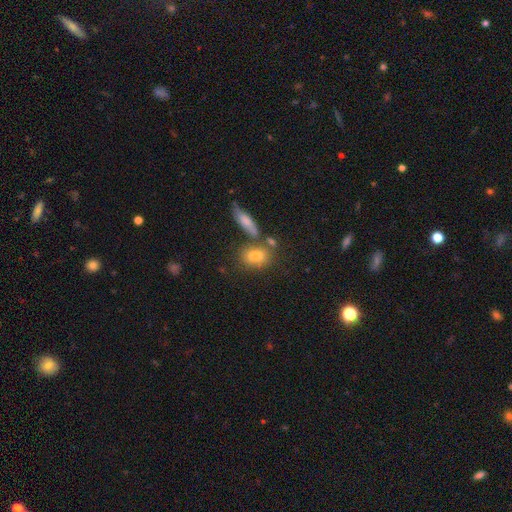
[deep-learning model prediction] smooth_or_featured: smooth (p=0.75) [alt: featured or disk p=0.15]
how_rounded: in between (p=0.67) [alt: round p=0.28]
merging: none (p=0.58) [alt: merger p=0.22]